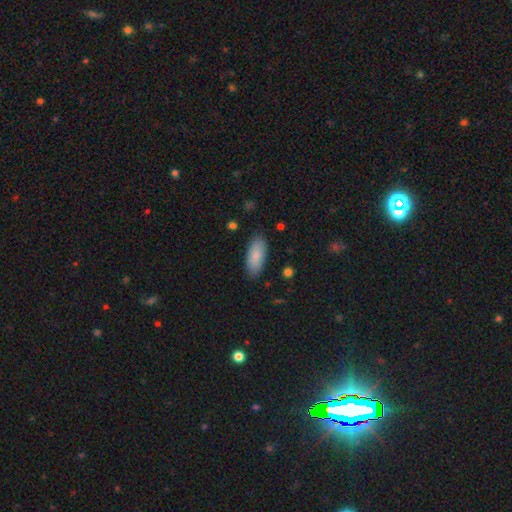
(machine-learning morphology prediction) Smooth or featured?
  - smooth: 87% *
  - featured or disk: 7%
  - star or artifact: 6%
How rounded?
  - in between: 82% *
  - cigar-shaped: 16%
  - round: 2%
Merging?
  - none: 85% *
  - minor disturbance: 11%
  - major disturbance: 2%
  - merger: 1%